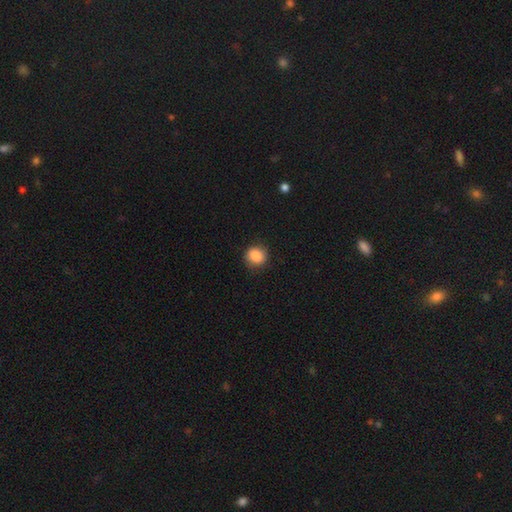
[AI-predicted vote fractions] The model was most divided on "how rounded": round: 78%, in between: 21%, cigar-shaped: 1%. More confident: smooth or featured — smooth (87%); merging — none (84%).